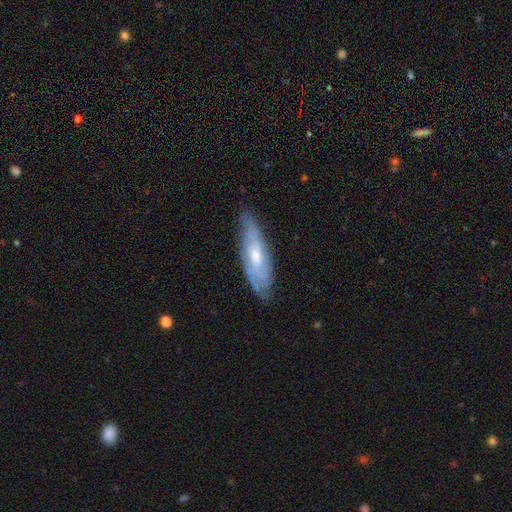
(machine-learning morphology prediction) smooth-or-featured: featured or disk: 64% | smooth: 29% | star or artifact: 6%
  disk-edge-on: no: 68% | yes: 32%
  merging: none: 75% | minor disturbance: 20% | major disturbance: 4% | merger: 1%